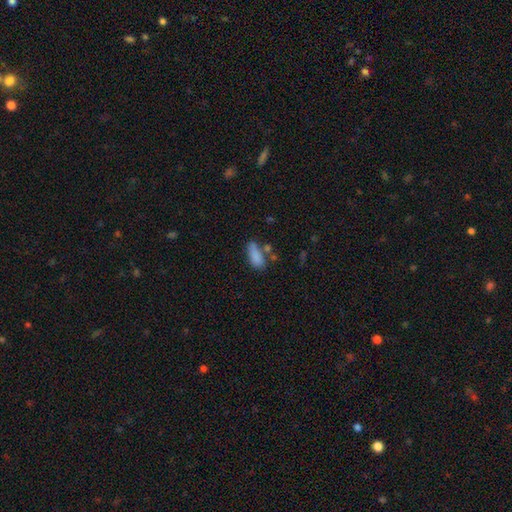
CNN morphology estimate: Q: Smooth or featured?
A: smooth (83%); runner-up: star or artifact (9%)
Q: How rounded?
A: in between (77%); runner-up: cigar-shaped (21%)
Q: Merging?
A: none (54%); runner-up: minor disturbance (23%)